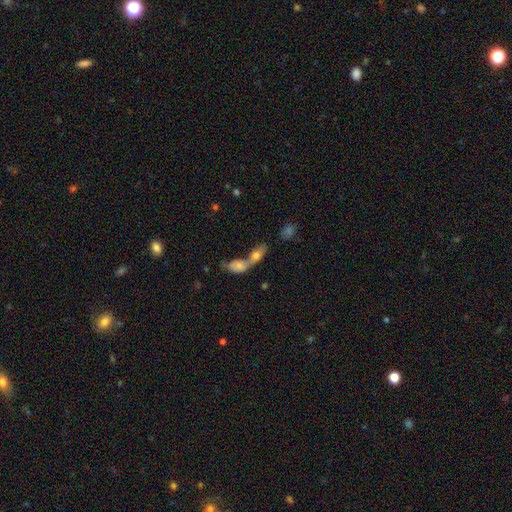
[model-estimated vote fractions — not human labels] smooth_or_featured: smooth (p=0.60) [alt: featured or disk p=0.28]
how_rounded: in between (p=0.72) [alt: cigar-shaped p=0.18]
merging: merger (p=0.70) [alt: none p=0.19]